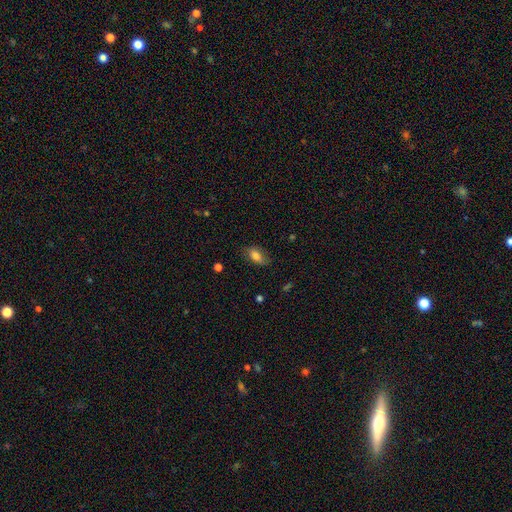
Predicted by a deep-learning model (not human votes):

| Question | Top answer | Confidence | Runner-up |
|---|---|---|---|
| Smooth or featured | smooth | 77% | featured or disk (15%) |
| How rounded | in between | 87% | cigar-shaped (7%) |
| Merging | none | 74% | minor disturbance (19%) |